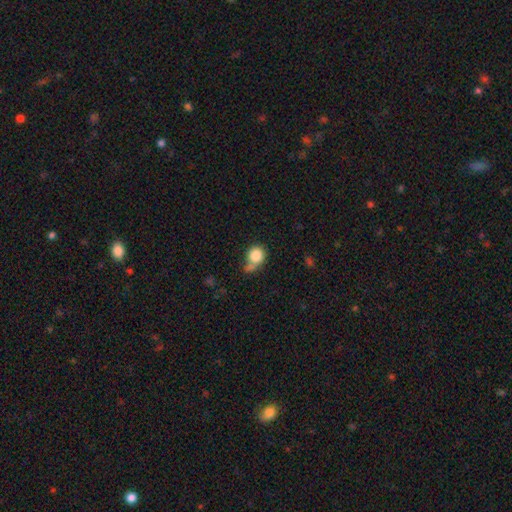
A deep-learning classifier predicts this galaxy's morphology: This appears to be a smooth galaxy with no disk features (84%) that is round (83%). Merging: none (44%).